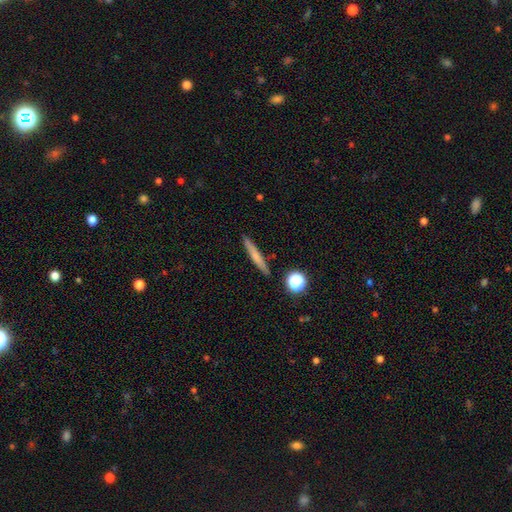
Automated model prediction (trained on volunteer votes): Smooth or featured? smooth (61%)
How rounded? cigar-shaped (93%)
Merging? none (89%)